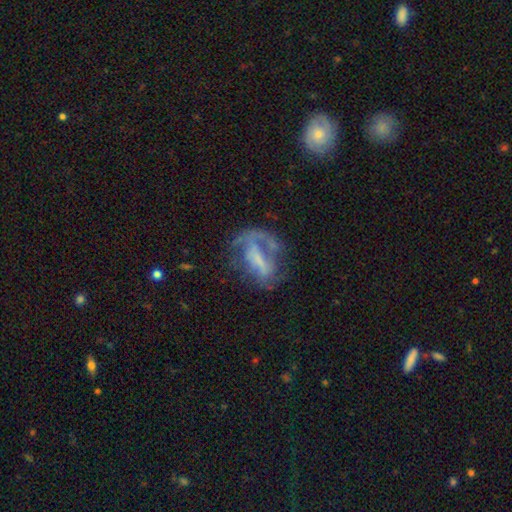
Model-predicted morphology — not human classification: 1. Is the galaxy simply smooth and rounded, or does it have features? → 63% featured or disk, 26% smooth, 12% star or artifact.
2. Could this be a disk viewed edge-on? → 93% no, 7% yes.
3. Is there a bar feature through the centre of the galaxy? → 39% no, 31% weak, 29% strong.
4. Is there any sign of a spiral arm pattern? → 55% yes, 45% no.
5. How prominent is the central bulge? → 41% none, 30% small, 21% moderate, 6% large, 2% dominant.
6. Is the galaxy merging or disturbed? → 38% none, 36% major disturbance, 19% minor disturbance, 6% merger.